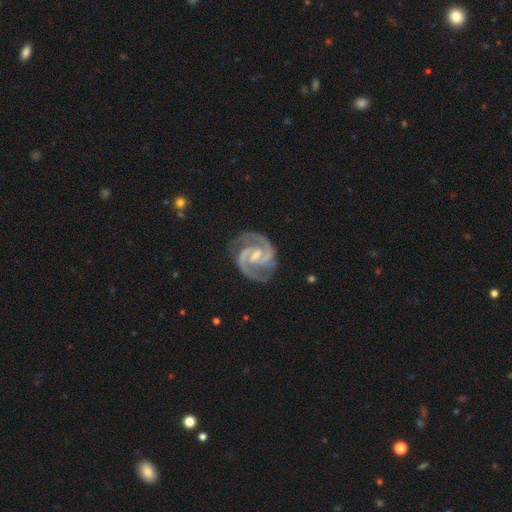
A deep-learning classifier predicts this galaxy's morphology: This is clearly a featured or disk galaxy (94%). It is clearly not viewed edge-on (98%). Bar: possibly weak (55%). Spiral arm pattern: clearly yes (99%). Spiral arm count: clearly 2 (91%). Spiral winding: possibly medium (57%). Central bulge: possibly small (50%). Merging: likely none (79%).